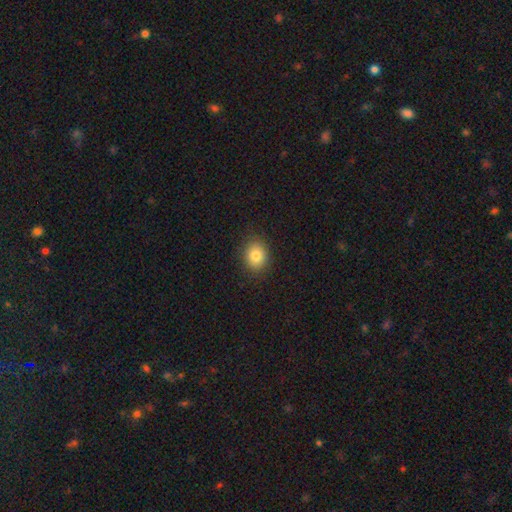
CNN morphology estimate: Smooth or featured? Predicted: smooth (p=0.82). How rounded? Predicted: round (p=0.57). Merging? Predicted: none (p=0.88).